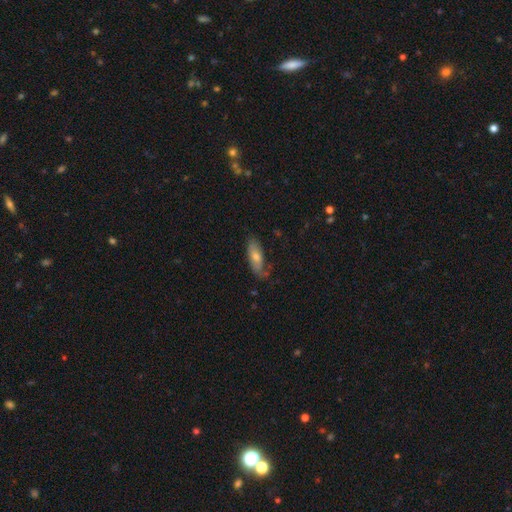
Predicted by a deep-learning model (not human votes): This is possibly a smooth galaxy (50%). How rounded: possibly in between (54%). Merging: likely none (63%).